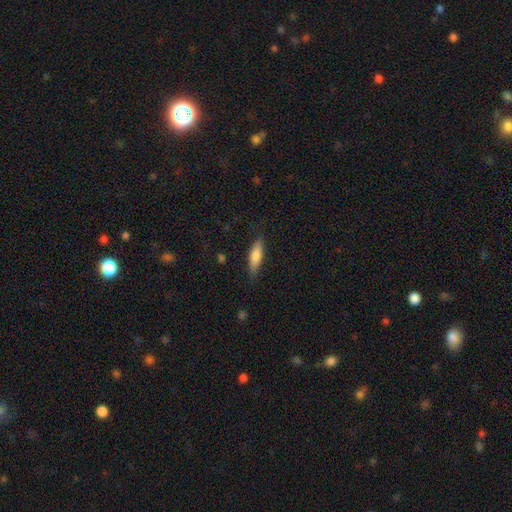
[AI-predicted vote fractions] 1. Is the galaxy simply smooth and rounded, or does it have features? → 77% smooth, 17% featured or disk, 6% star or artifact.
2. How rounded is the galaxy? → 55% cigar-shaped, 43% in between, 2% round.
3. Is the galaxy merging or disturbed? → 83% none, 13% minor disturbance, 3% major disturbance, 1% merger.